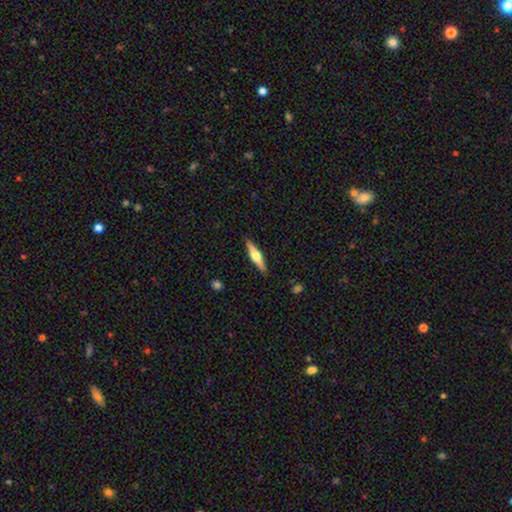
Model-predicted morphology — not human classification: type=featured or disk (57%); edge-on=yes (97%); edge-on bulge=rounded (91%); merging=none (90%).